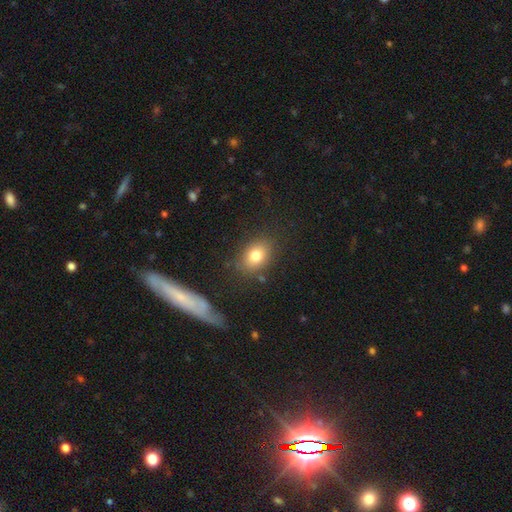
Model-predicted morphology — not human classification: This appears to be a smooth galaxy with no disk features (79%) that is in between round and cigar-shaped (63%). Merging: none (80%).